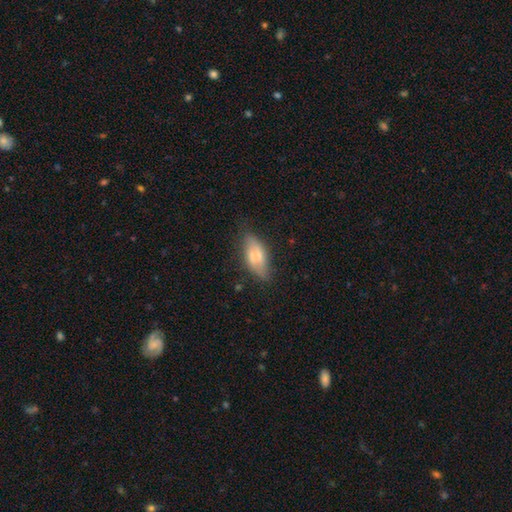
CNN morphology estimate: smooth 59%, featured or disk 33%, star or artifact 8%. Down the decision tree: how rounded — in between (71%); merging — none (65%).